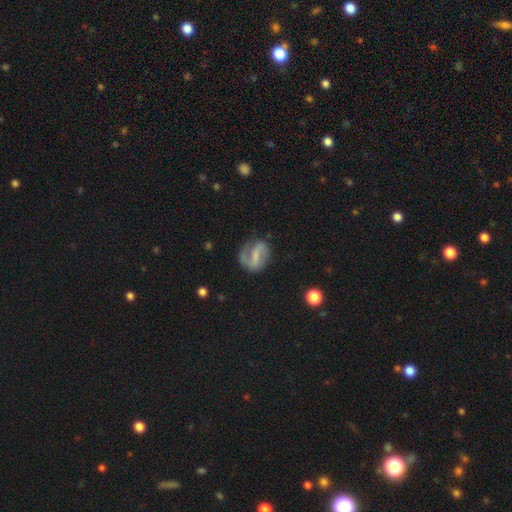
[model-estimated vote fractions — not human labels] A featured or disk galaxy (68%) with a strong bar (44%), 2 (79%) loose (41%) spiral arms (83%) and a small central bulge (40%).

Vote fractions:
- Smooth or featured? featured or disk: 68% / smooth: 25% / star or artifact: 7%
- Edge-on disk? no: 97% / yes: 3%
- Bar? strong: 44% / weak: 38% / no: 18%
- Spiral arms? yes: 83% / no: 17%
- Spiral winding? loose: 41% / medium: 40% / tight: 19%
- Spiral arm count? 2: 79% / 1: 11% / can't tell: 8% / 3: 1% / 4: 1% / more than 4: 1%
- Bulge size? small: 40% / none: 37% / moderate: 19% / large: 3% / dominant: 1%
- Merging? none: 64% / minor disturbance: 21% / major disturbance: 12% / merger: 2%